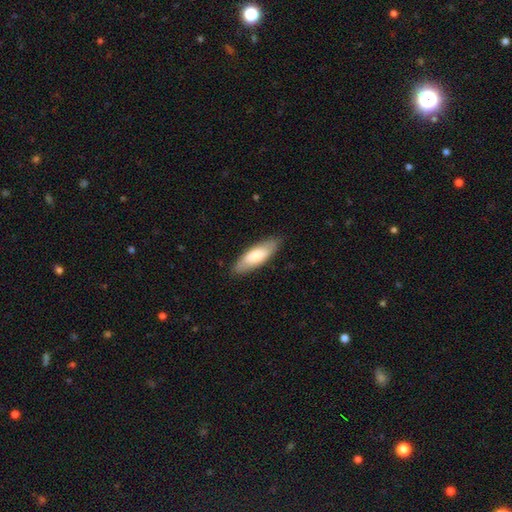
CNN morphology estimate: smooth_or_featured: smooth (p=0.73) [alt: featured or disk p=0.22]
how_rounded: in between (p=0.66) [alt: cigar-shaped p=0.32]
merging: none (p=0.85) [alt: minor disturbance p=0.12]